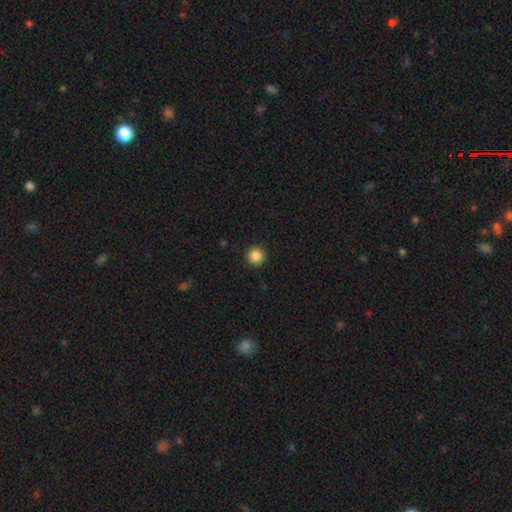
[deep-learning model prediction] smooth_or_featured: smooth (p=0.86) [alt: star or artifact p=0.10]
how_rounded: round (p=0.96) [alt: in between p=0.03]
merging: none (p=0.93) [alt: minor disturbance p=0.05]